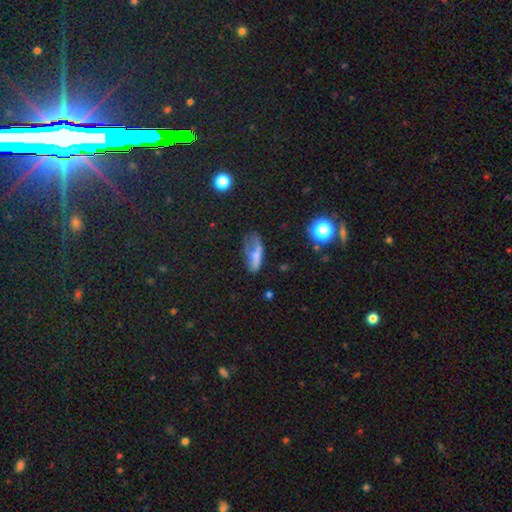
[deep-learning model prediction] smooth 60%, featured or disk 25%, star or artifact 14%. Down the decision tree: how rounded — in between (70%); merging — major disturbance (36%).